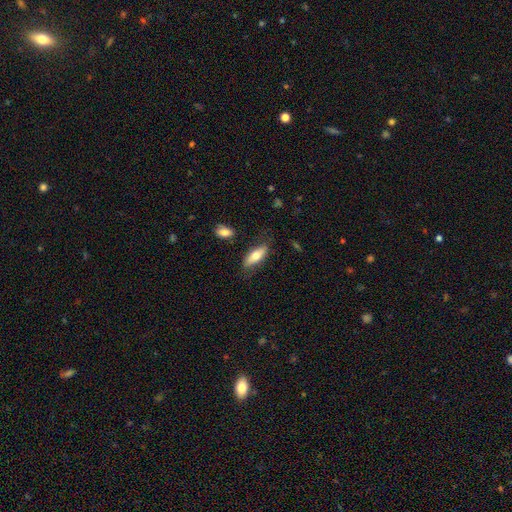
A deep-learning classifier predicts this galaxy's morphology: type=smooth (69%); roundness=in between (70%); merging=none (75%).